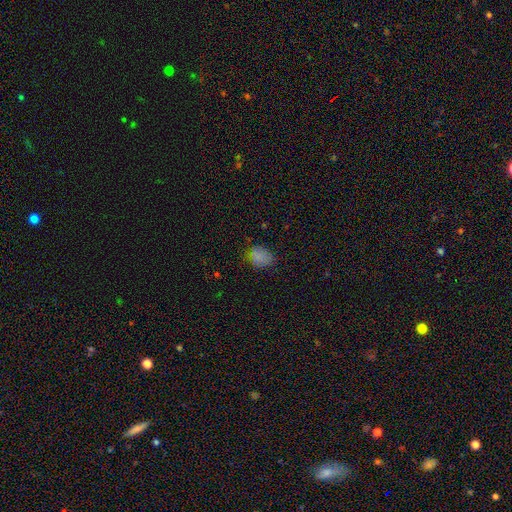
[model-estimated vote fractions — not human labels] Smooth or featured? Predicted: smooth (p=0.74). How rounded? Predicted: in between (p=0.59). Merging? Predicted: none (p=0.69).